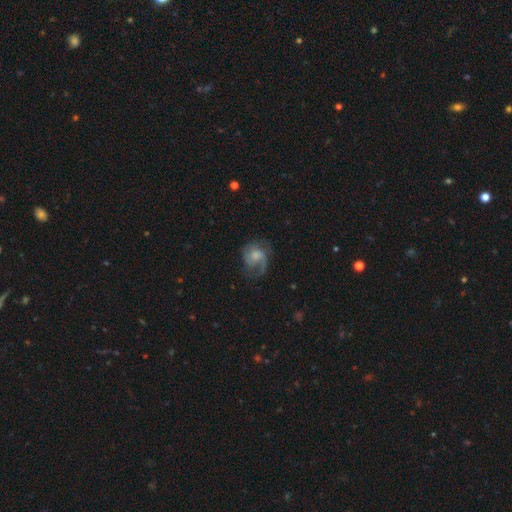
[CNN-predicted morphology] smooth_or_featured: featured or disk (p=0.67) [alt: smooth p=0.26]
disk_edge_on: no (p=0.98) [alt: yes p=0.02]
bar: no (p=0.64) [alt: weak p=0.32]
has_spiral_arms: yes (p=0.90) [alt: no p=0.10]
spiral_winding: medium (p=0.46) [alt: loose p=0.33]
spiral_arm_count: 2 (p=0.47) [alt: 1 p=0.32]
bulge_size: moderate (p=0.38) [alt: small p=0.28]
merging: none (p=0.50) [alt: major disturbance p=0.26]